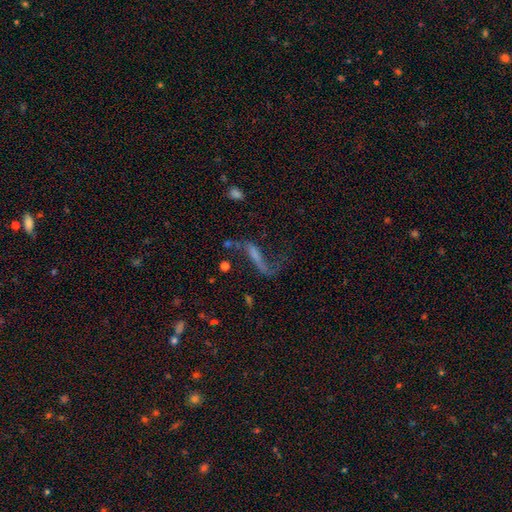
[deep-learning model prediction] Smooth or featured? featured or disk (66%)
Edge-on disk? no (80%)
Bar? strong (37%)
Spiral arms? yes (77%)
Bulge size? none (55%)
Merging? none (43%)